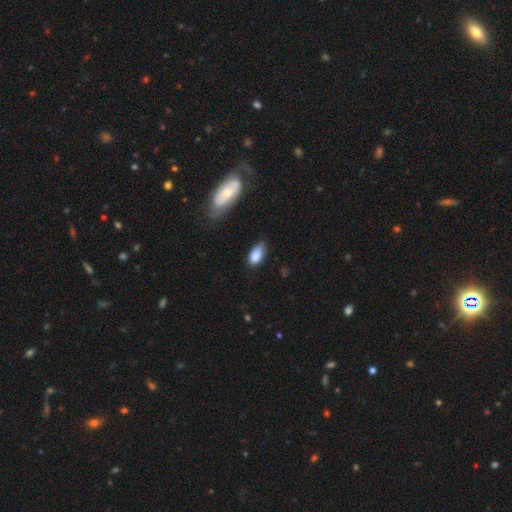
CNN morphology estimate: This appears to be a smooth galaxy with no disk features (84%) that is in between round and cigar-shaped (91%). Merging: none (52%).